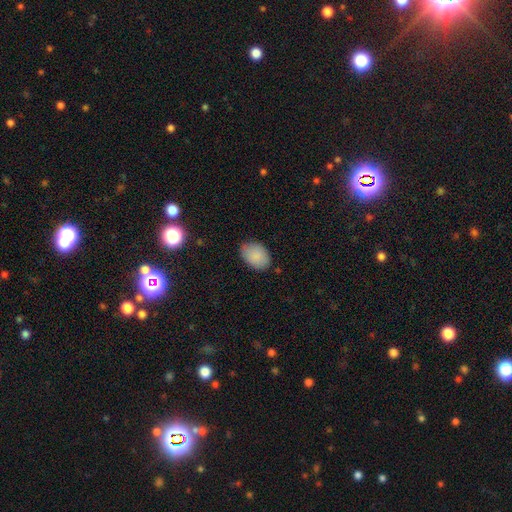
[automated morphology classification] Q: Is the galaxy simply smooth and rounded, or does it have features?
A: smooth — 88%.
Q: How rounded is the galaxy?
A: in between — 82%.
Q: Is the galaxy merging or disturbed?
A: none — 81%.